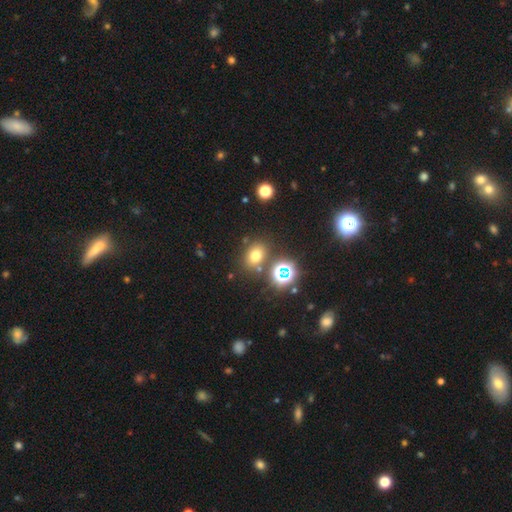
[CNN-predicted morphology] This is likely a smooth galaxy (66%). How rounded: possibly in between (54%). Merging: likely none (77%).